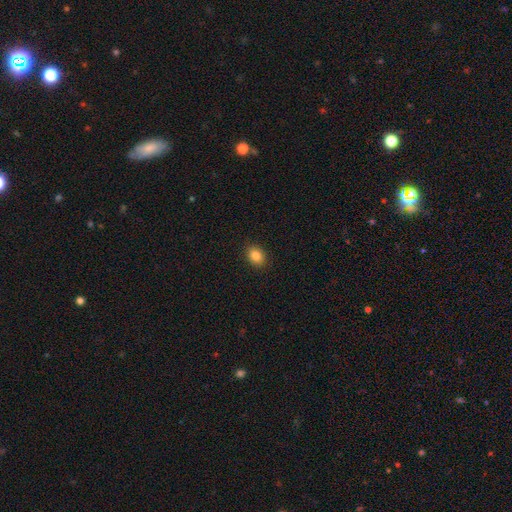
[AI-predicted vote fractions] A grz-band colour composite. It shows a smooth galaxy with no disk features (85%) that is in between round and cigar-shaped (57%). Merging: none (90%).